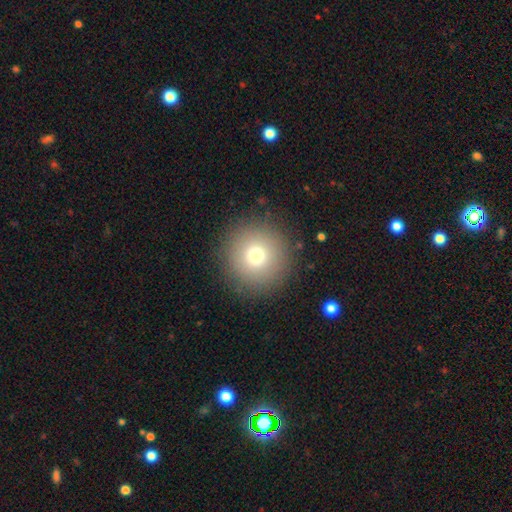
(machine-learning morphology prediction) smooth_or_featured: smooth (p=0.74) [alt: star or artifact p=0.14]
how_rounded: round (p=0.96) [alt: in between p=0.03]
merging: none (p=0.90) [alt: minor disturbance p=0.06]